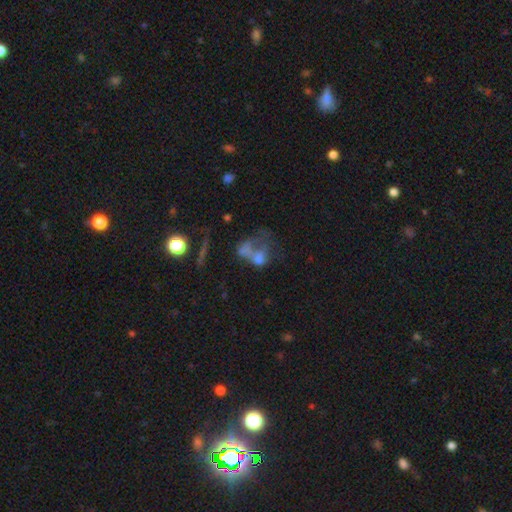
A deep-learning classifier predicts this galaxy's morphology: smooth-or-featured: smooth: 44% | featured or disk: 38% | star or artifact: 18%
  merging: merger: 43% | major disturbance: 29% | none: 18% | minor disturbance: 10%